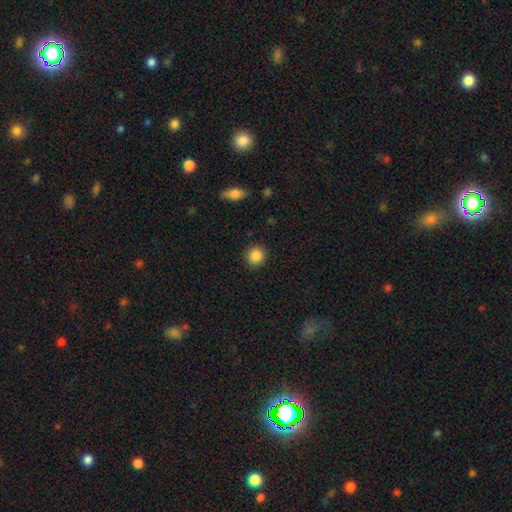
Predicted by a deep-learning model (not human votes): smooth-or-featured: smooth: 87% | star or artifact: 10% | featured or disk: 3%
  how-rounded: round: 90% | in between: 9% | cigar-shaped: 1%
  merging: none: 90% | minor disturbance: 6% | major disturbance: 2% | merger: 1%